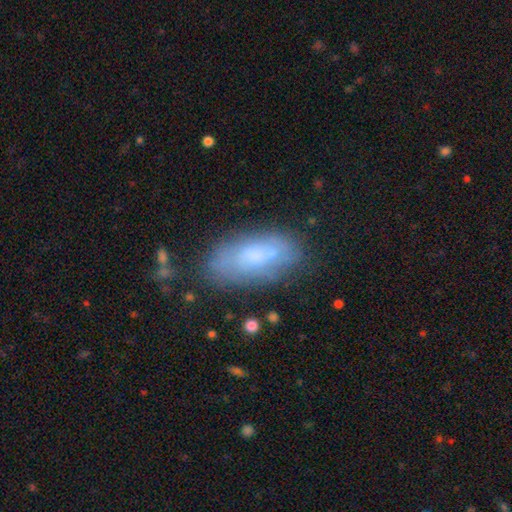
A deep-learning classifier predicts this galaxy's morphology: smooth 58%, featured or disk 33%, star or artifact 9%. Down the decision tree: how rounded — in between (86%); merging — none (63%).